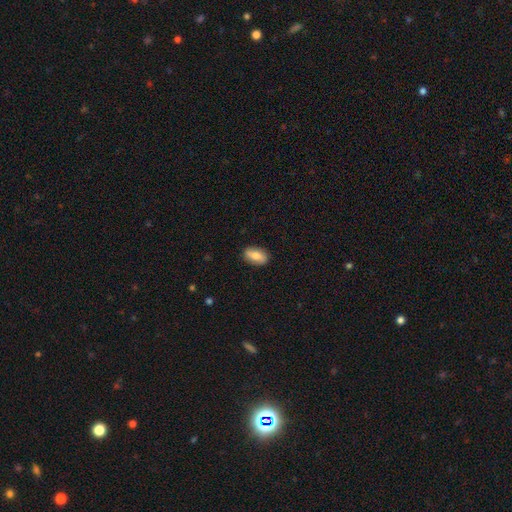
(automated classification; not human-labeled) This is likely a smooth galaxy (74%). How rounded: clearly in between (90%). Merging: clearly none (86%).